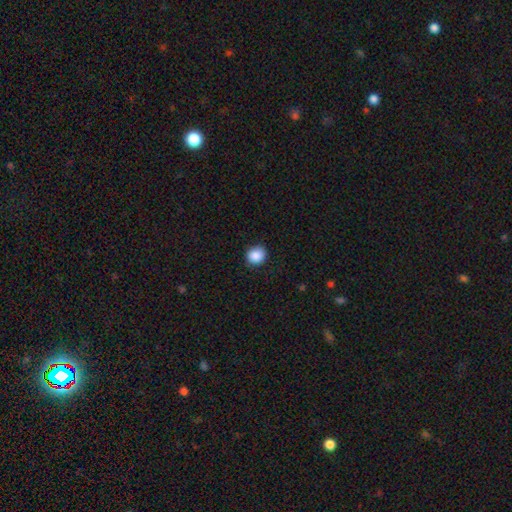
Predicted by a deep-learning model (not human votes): Morphology: type=smooth (88%); roundness=round (80%); merging=none (86%).